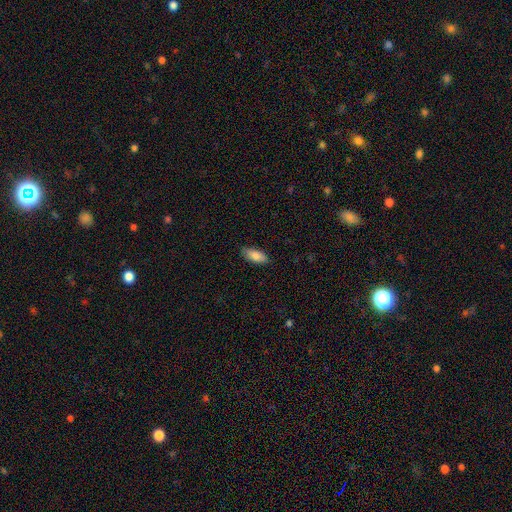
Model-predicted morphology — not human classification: Smooth or featured: smooth — 85% (featured or disk — 9%)
How rounded: in between — 86% (cigar-shaped — 12%)
Merging: none — 85% (minor disturbance — 12%)